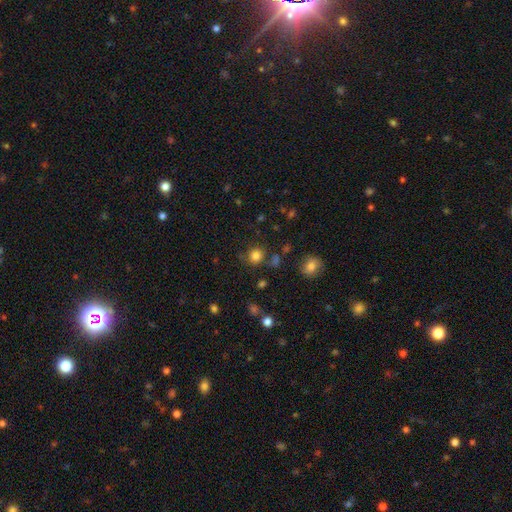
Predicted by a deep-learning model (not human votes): Smooth or featured: smooth — 82% (star or artifact — 13%)
How rounded: round — 87% (in between — 12%)
Merging: none — 80% (minor disturbance — 10%)